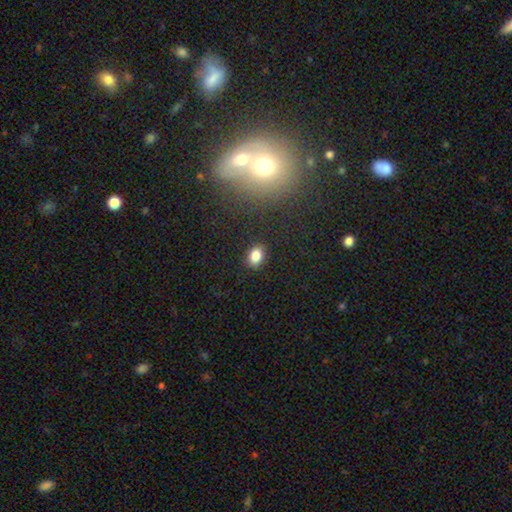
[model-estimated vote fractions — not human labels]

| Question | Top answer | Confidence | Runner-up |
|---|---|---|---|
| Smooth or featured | smooth | 84% | star or artifact (11%) |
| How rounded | in between | 66% | round (33%) |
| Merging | none | 88% | minor disturbance (9%) |